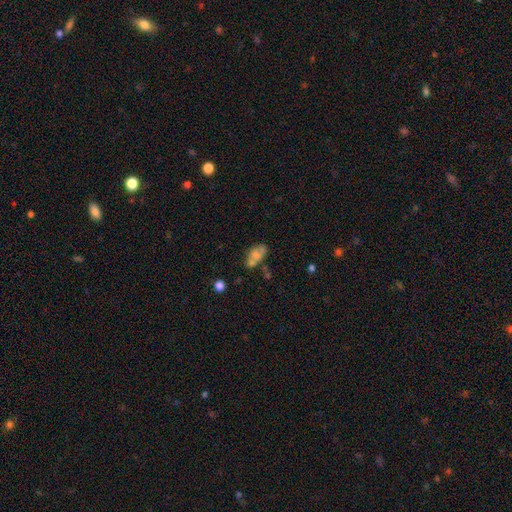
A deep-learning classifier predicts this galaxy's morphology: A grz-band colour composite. It shows a smooth galaxy with no disk features (54%) that is in between round and cigar-shaped (86%). Merging: none (37%).